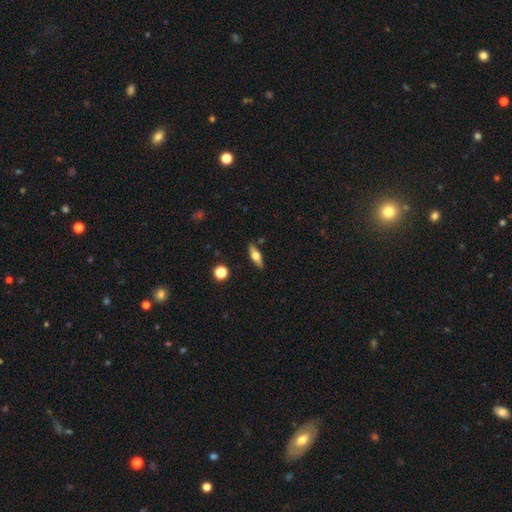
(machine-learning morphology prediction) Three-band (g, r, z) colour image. It shows a featured or disk galaxy (48%). Merging: none (86%).